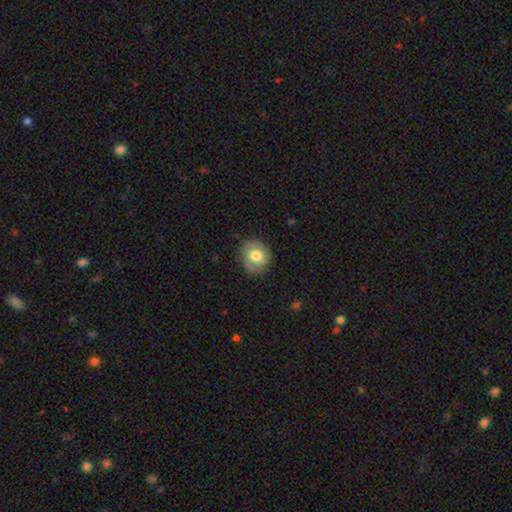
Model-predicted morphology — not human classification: The model was most divided on "smooth or featured": smooth: 67%, featured or disk: 25%, star or artifact: 7%. More confident: merging — none (78%); how rounded — round (72%).